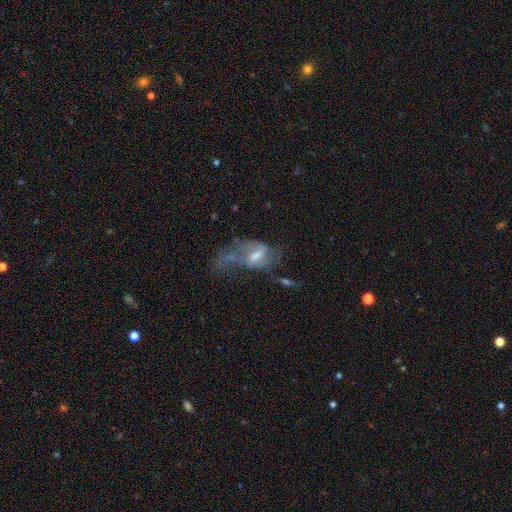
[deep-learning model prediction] A featured or disk galaxy (62%) with a weak bar (52%), spiral arms (68%) and a moderate central bulge (51%).

Vote fractions:
- Smooth or featured? featured or disk: 62% / smooth: 28% / star or artifact: 10%
- Edge-on disk? no: 93% / yes: 7%
- Bar? weak: 52% / no: 30% / strong: 17%
- Spiral arms? yes: 68% / no: 32%
- Bulge size? moderate: 51% / small: 28% / large: 10% / none: 8% / dominant: 2%
- Merging? major disturbance: 48% / none: 24% / minor disturbance: 17% / merger: 10%